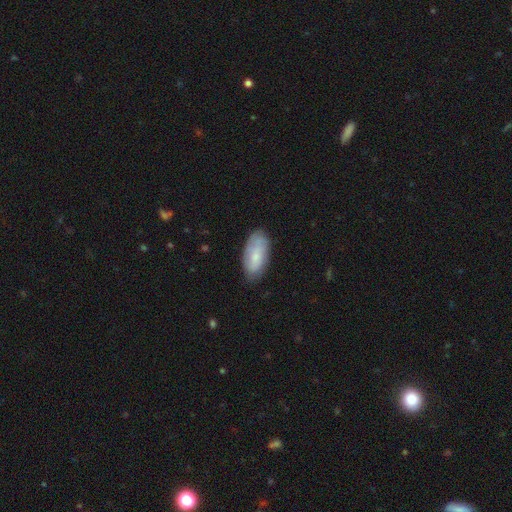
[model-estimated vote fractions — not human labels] smooth_or_featured: smooth (p=0.68) [alt: featured or disk p=0.26]
how_rounded: in between (p=0.91) [alt: cigar-shaped p=0.07]
merging: none (p=0.77) [alt: minor disturbance p=0.18]